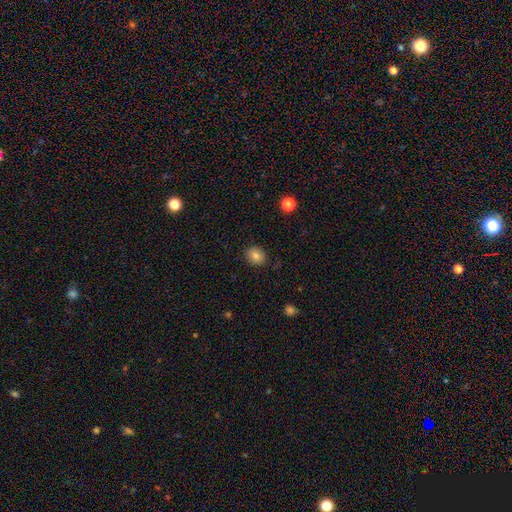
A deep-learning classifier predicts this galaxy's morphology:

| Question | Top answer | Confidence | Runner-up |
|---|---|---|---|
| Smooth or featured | smooth | 82% | star or artifact (10%) |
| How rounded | round | 62% | in between (37%) |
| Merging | none | 87% | minor disturbance (10%) |